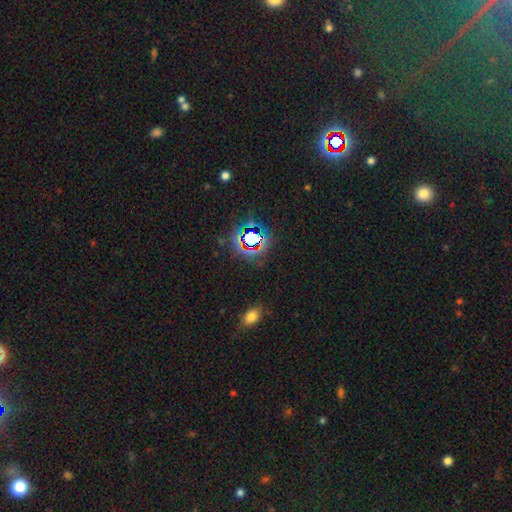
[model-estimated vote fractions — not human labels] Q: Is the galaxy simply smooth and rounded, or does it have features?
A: star or artifact — 68%.